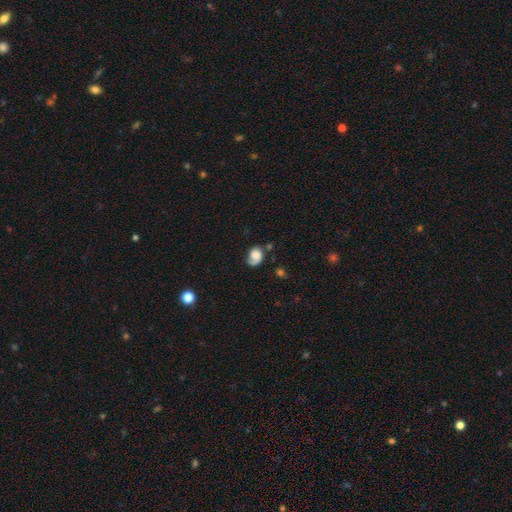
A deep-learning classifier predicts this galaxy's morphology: smooth-or-featured: smooth: 52% | featured or disk: 39% | star or artifact: 9%
  how-rounded: in between: 59% | round: 40% | cigar-shaped: 1%
  merging: none: 44% | minor disturbance: 29% | major disturbance: 22% | merger: 6%